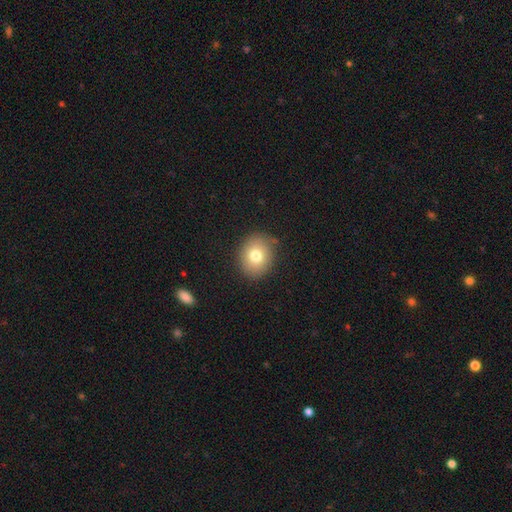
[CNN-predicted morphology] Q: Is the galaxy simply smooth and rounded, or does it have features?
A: smooth — 76%.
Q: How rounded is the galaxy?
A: round — 63%.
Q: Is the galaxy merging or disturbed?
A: none — 86%.